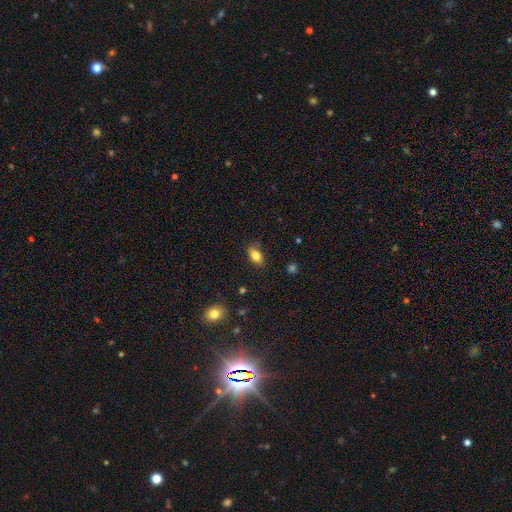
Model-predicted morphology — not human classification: A smooth galaxy with no disk features (82%) that is in between round and cigar-shaped (87%).

Vote fractions:
- Smooth or featured? smooth: 82% / star or artifact: 9% / featured or disk: 8%
- How rounded? in between: 87% / round: 8% / cigar-shaped: 4%
- Merging? none: 80% / minor disturbance: 15% / major disturbance: 3% / merger: 1%